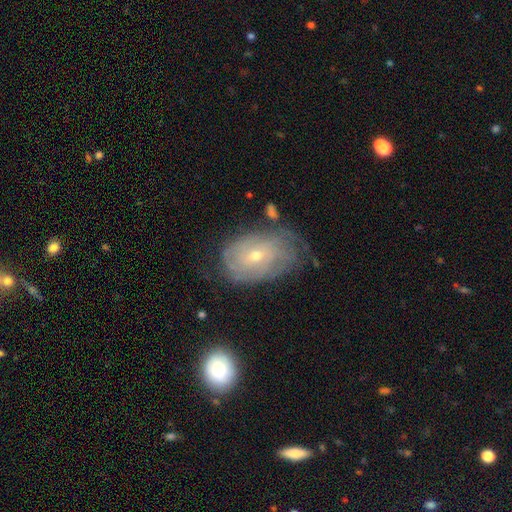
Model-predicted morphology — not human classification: Overall: featured or disk (71%). Edge-on disk: no (95%). Bar: no (67%; weak 28%). Spiral arms: yes (81%). Spiral arm count: can't tell (60%). Spiral winding: tight (70%). Bulge size: small (60%; moderate 37%). Merging: none (56%; minor disturbance 27%).